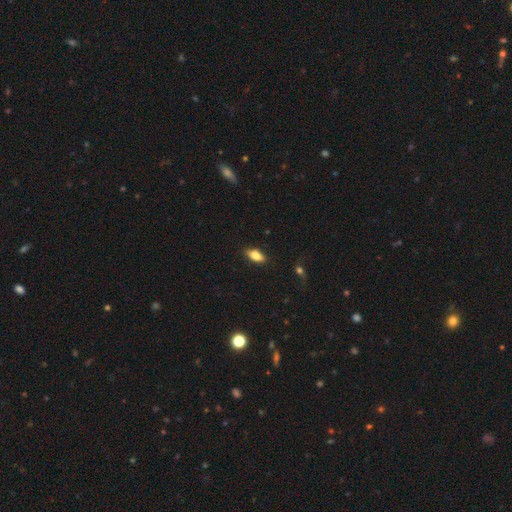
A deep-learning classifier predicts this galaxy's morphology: A smooth galaxy with no disk features (81%) that is in between round and cigar-shaped (87%).

Vote fractions:
- Smooth or featured? smooth: 81% / featured or disk: 11% / star or artifact: 8%
- How rounded? in between: 87% / cigar-shaped: 9% / round: 4%
- Merging? none: 85% / minor disturbance: 12% / major disturbance: 2% / merger: 1%